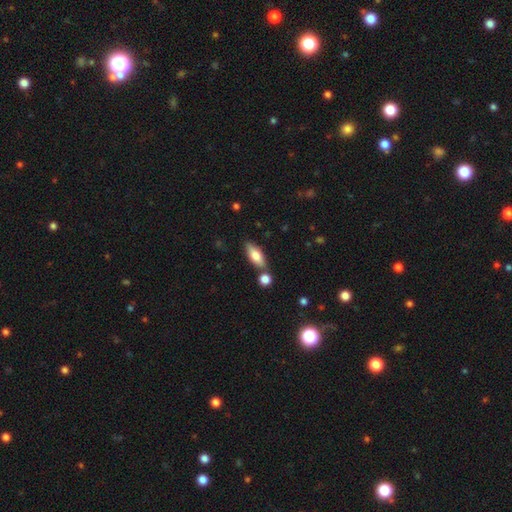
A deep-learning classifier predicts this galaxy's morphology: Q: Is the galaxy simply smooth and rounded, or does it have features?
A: smooth — 72%.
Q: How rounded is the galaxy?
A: in between — 70%.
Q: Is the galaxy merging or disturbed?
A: none — 73%.